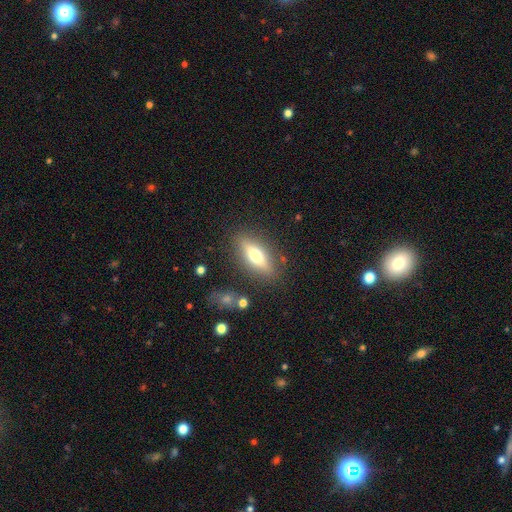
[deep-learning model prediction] Q: Smooth or featured?
A: smooth (51%); runner-up: featured or disk (41%)
Q: How rounded?
A: in between (56%); runner-up: cigar-shaped (41%)
Q: Merging?
A: none (83%); runner-up: minor disturbance (11%)